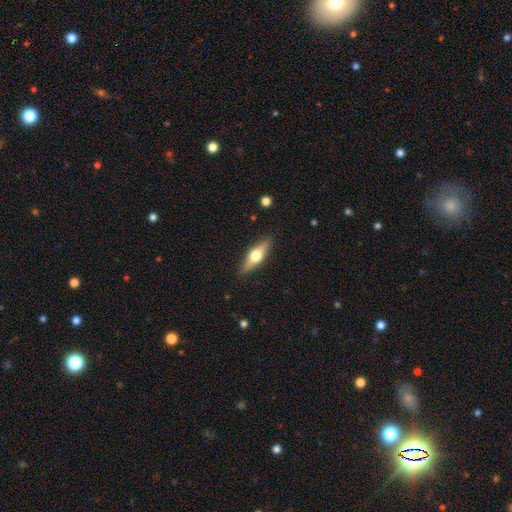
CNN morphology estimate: Smooth or featured? featured or disk (50%)
Edge-on disk? yes (90%)
Merging? none (88%)